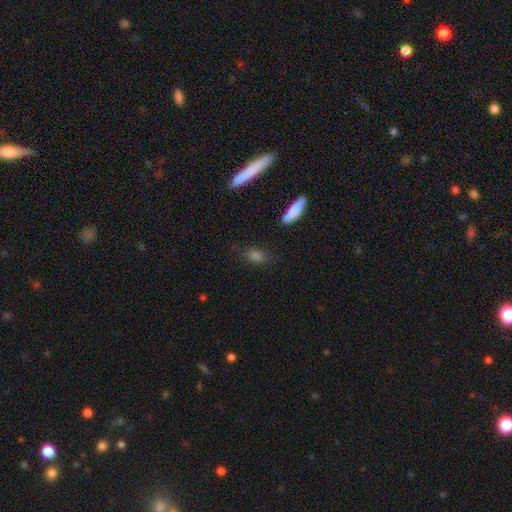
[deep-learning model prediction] Smooth or featured: smooth — 79% (star or artifact — 12%)
How rounded: in between — 65% (cigar-shaped — 19%)
Merging: none — 75% (minor disturbance — 17%)